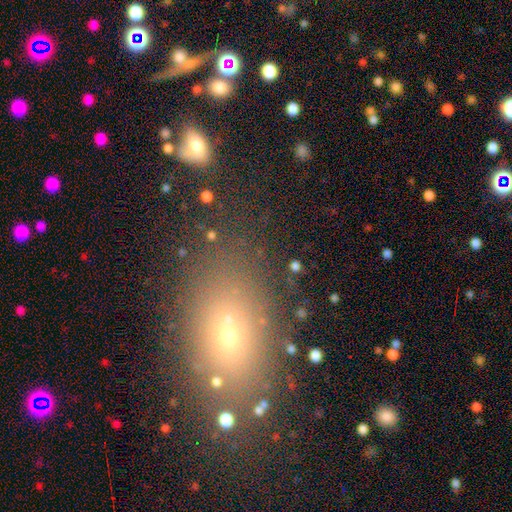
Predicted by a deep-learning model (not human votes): The model was most divided on "smooth or featured": smooth: 62%, star or artifact: 24%, featured or disk: 15%. More confident: merging — none (82%); how rounded — in between (79%).